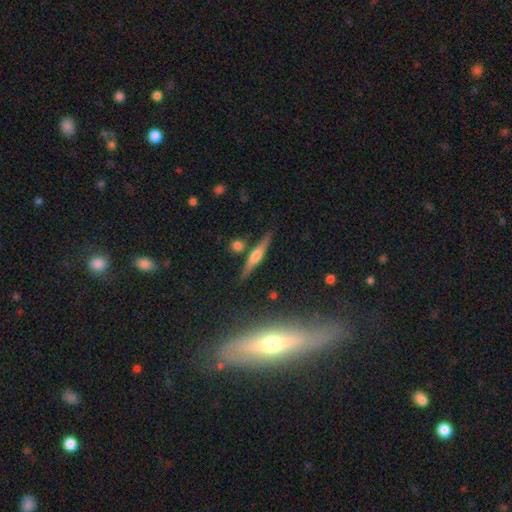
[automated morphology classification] This appears to be a featured or disk galaxy (57%) viewed edge-on (95%) with a rounded central bulge (76%). Merging: none (81%).